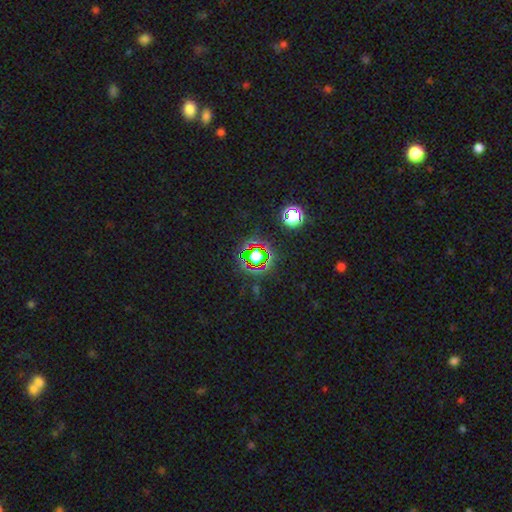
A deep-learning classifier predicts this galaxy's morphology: Smooth or featured? star or artifact (73%)